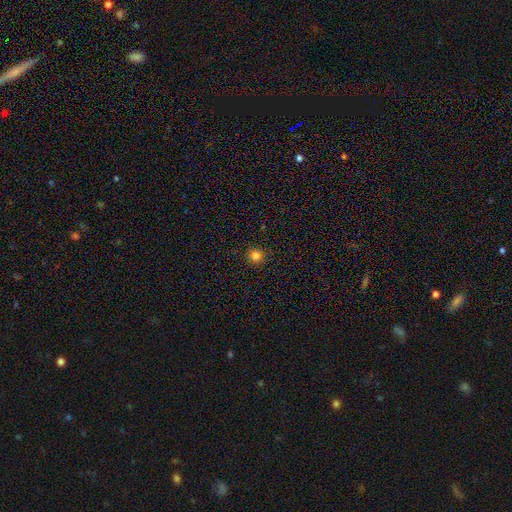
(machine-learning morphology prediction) Overall: smooth (82%). How rounded: round (94%). Merging: none (92%).